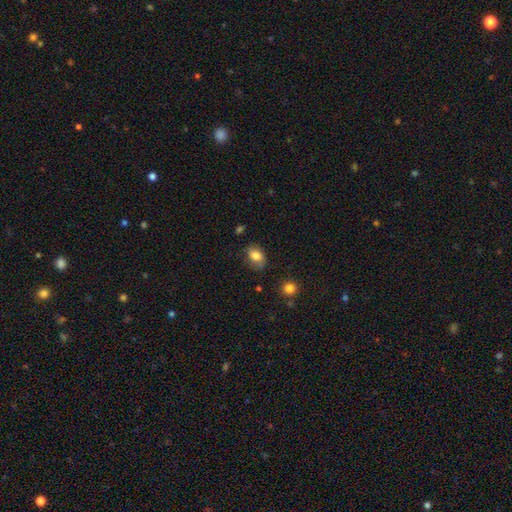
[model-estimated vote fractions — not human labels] Smooth or featured?
  - smooth: 82% *
  - featured or disk: 10%
  - star or artifact: 8%
How rounded?
  - in between: 79% *
  - round: 20%
  - cigar-shaped: 1%
Merging?
  - none: 66% *
  - minor disturbance: 25%
  - major disturbance: 7%
  - merger: 2%